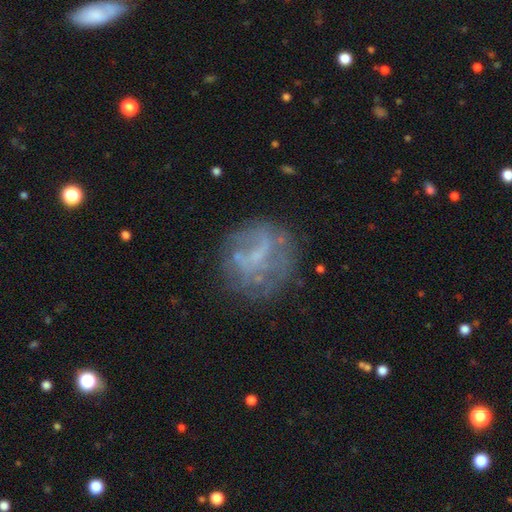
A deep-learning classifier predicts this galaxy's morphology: type=featured or disk (56%); edge-on=no (97%); bar=no (53%); spiral arms=no (68%); bulge=none (49%); merging=none (62%).